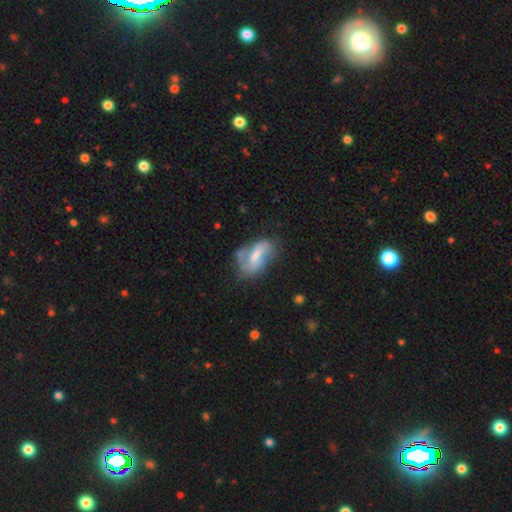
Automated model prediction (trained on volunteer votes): Smooth or featured? Predicted: featured or disk (p=0.50). Merging? Predicted: none (p=0.41).